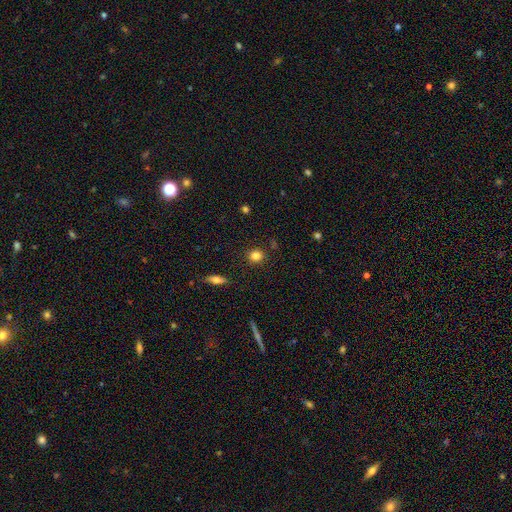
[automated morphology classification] smooth 83%, star or artifact 11%, featured or disk 6%. Down the decision tree: how rounded — round (79%); merging — none (87%).